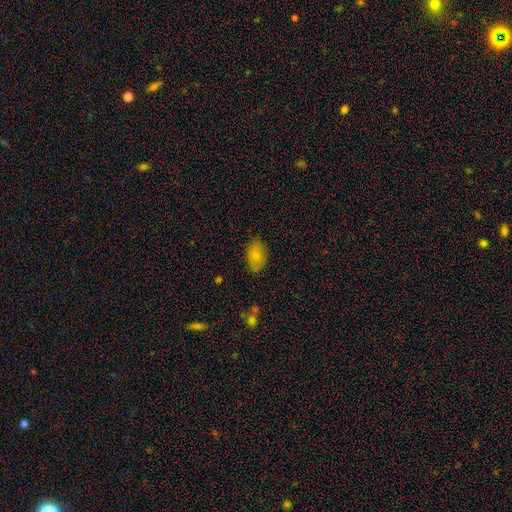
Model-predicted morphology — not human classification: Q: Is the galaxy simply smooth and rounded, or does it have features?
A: smooth — 79%.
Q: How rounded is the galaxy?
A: in between — 90%.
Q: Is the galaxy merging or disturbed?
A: none — 79%.